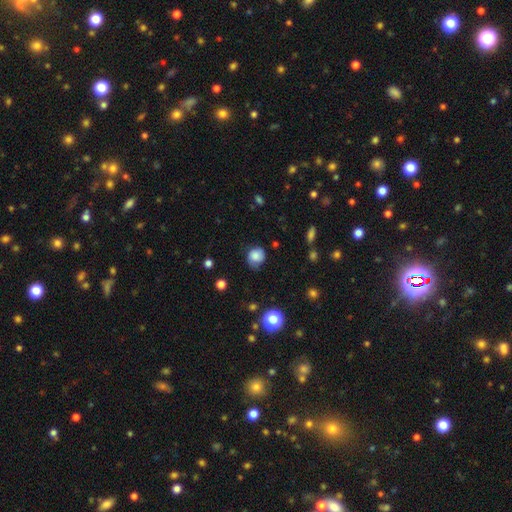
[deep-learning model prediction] Smooth or featured? Predicted: smooth (p=0.76). How rounded? Predicted: round (p=0.78). Merging? Predicted: none (p=0.57).